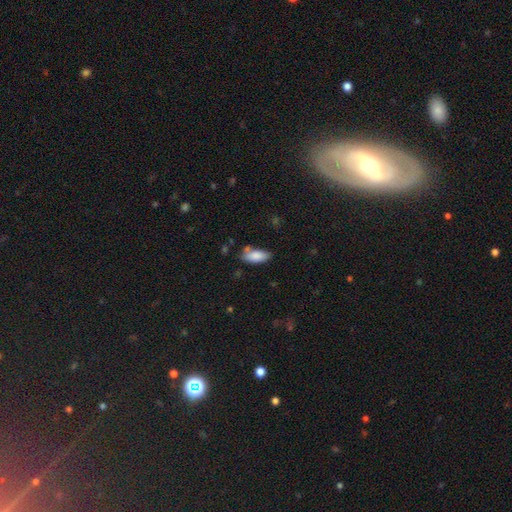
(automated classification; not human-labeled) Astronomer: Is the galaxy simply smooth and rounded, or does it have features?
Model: smooth — 85%.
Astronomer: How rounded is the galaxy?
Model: in between — 85%.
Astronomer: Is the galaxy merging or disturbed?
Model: none — 65%.